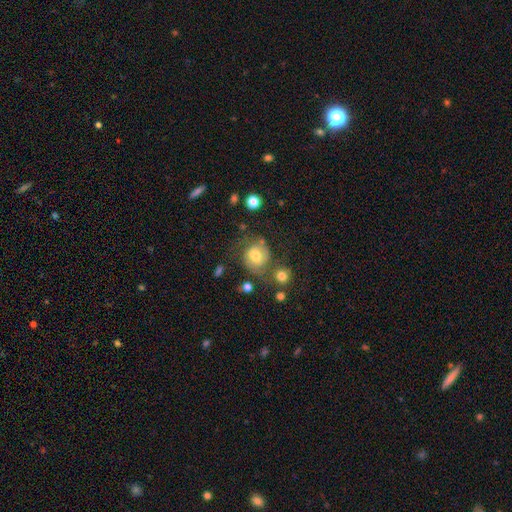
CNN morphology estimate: Smooth or featured: smooth — 50% (featured or disk — 39%)
How rounded: round — 70% (in between — 29%)
Merging: none — 52% (minor disturbance — 23%)